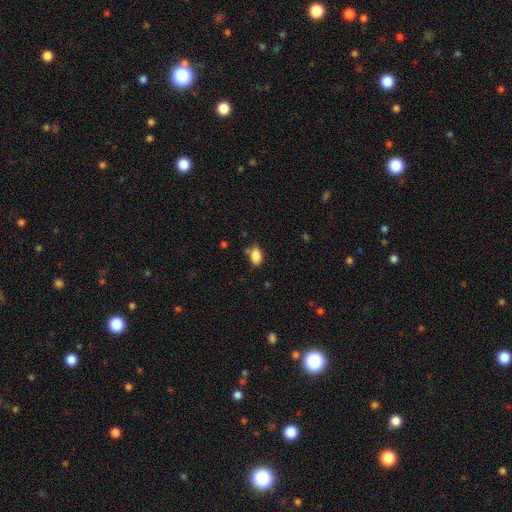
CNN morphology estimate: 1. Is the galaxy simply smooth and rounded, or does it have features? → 86% smooth, 9% star or artifact, 5% featured or disk.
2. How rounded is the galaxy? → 87% in between, 12% round, 2% cigar-shaped.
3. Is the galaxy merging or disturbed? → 70% none, 21% minor disturbance, 5% merger, 4% major disturbance.